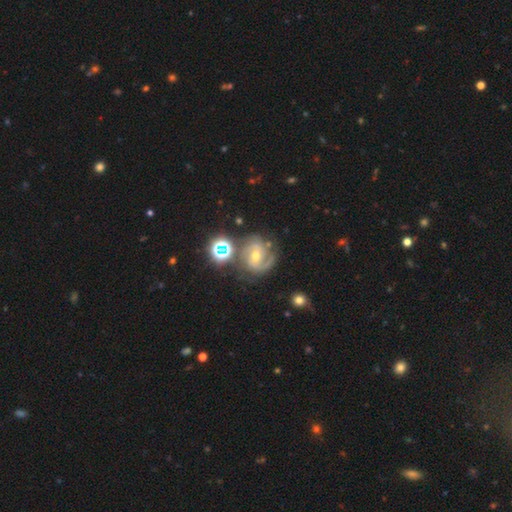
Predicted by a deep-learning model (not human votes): A featured or disk galaxy (79%) with no bar (43%), 2 (57%) tight (44%) spiral arms (95%) and a moderate central bulge (54%). Merging: none (65%).